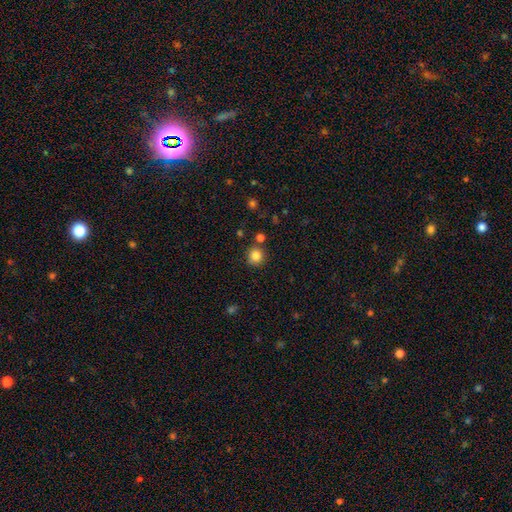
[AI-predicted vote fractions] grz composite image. It shows a smooth galaxy with no disk features (84%) that is round (91%). Merging: none (82%).